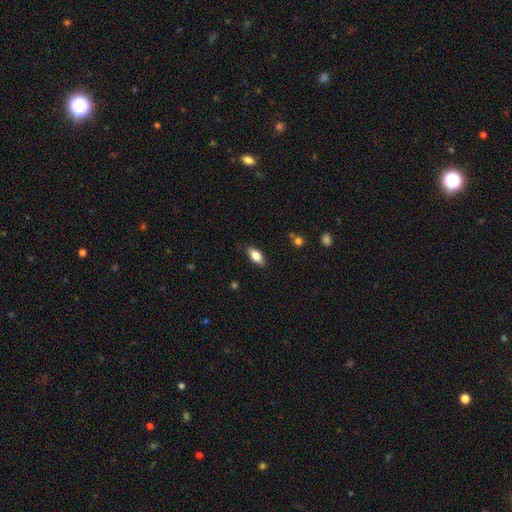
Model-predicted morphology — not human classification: A smooth galaxy with no disk features (80%) that is in between round and cigar-shaped (85%). Merging: none (86%).